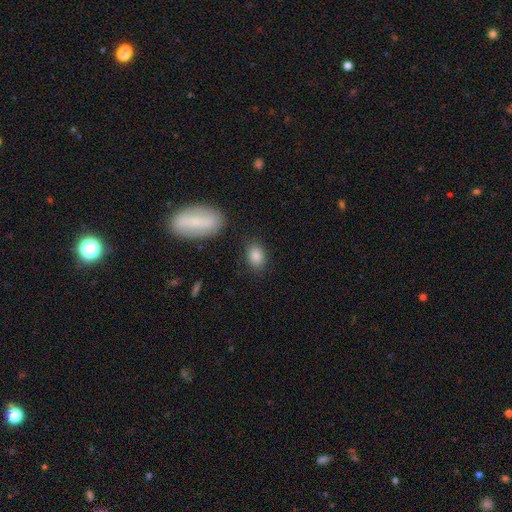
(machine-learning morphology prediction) smooth_or_featured: smooth (p=0.85) [alt: star or artifact p=0.08]
how_rounded: in between (p=0.79) [alt: round p=0.19]
merging: none (p=0.83) [alt: minor disturbance p=0.10]